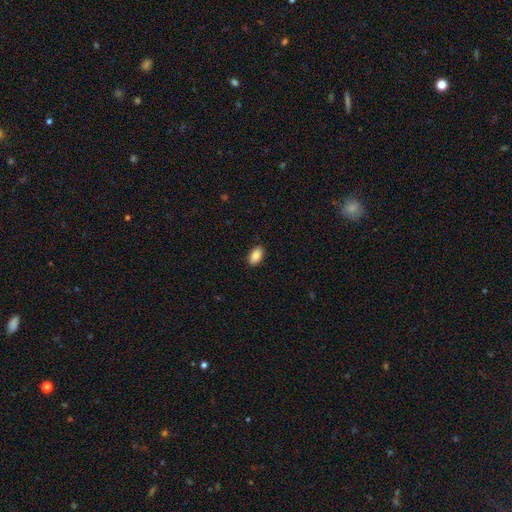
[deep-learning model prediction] This is clearly a smooth galaxy (87%). How rounded: clearly in between (92%). Merging: clearly none (89%).